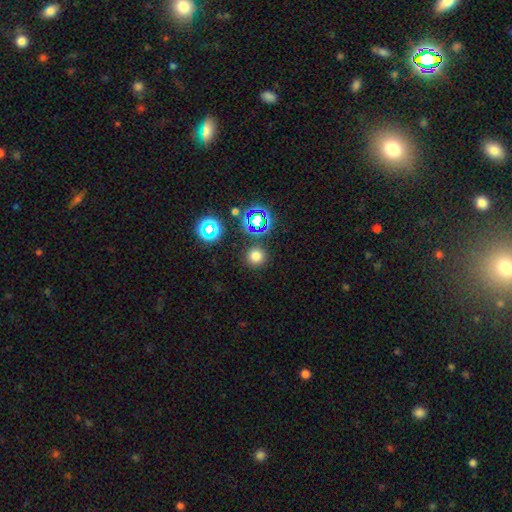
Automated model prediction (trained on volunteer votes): Smooth or featured? Predicted: smooth (p=0.69). How rounded? Predicted: round (p=0.94). Merging? Predicted: none (p=0.87).